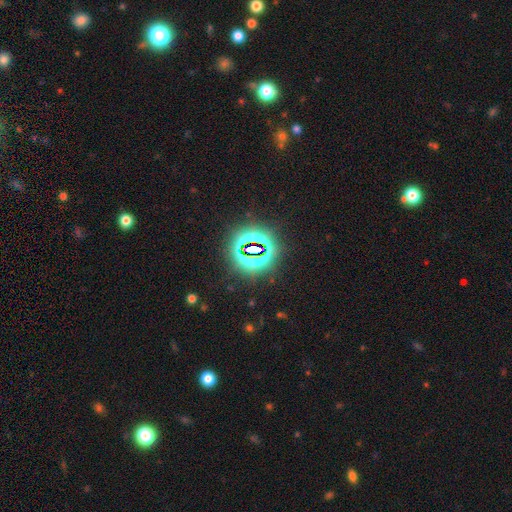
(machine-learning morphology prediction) This is likely a star or artifact rather than a galaxy (79%).